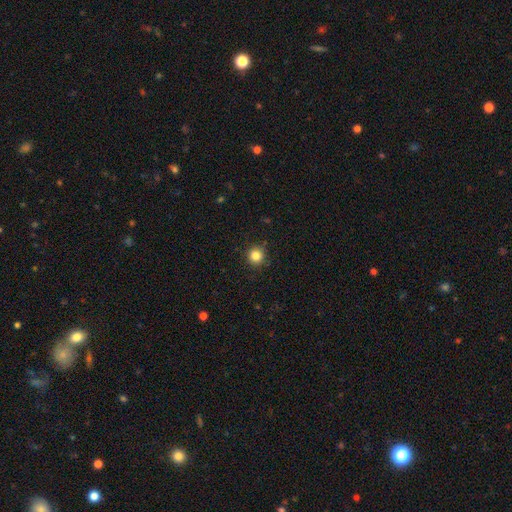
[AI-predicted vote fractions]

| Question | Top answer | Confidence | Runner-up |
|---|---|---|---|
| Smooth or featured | smooth | 84% | star or artifact (12%) |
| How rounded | round | 95% | in between (4%) |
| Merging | none | 90% | minor disturbance (7%) |